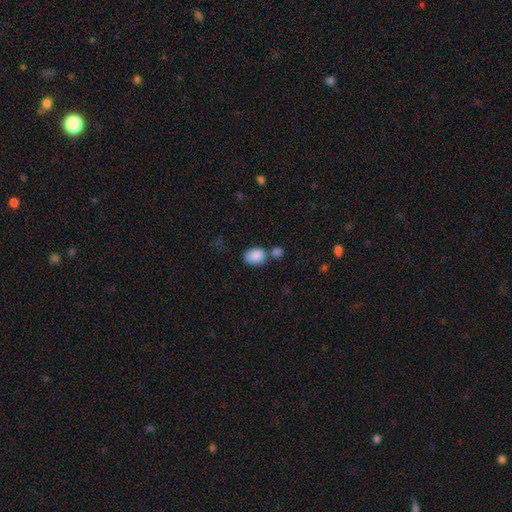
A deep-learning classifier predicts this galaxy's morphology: This appears to be a smooth galaxy with no disk features (88%) that is in between round and cigar-shaped (67%). Merging: none (56%).